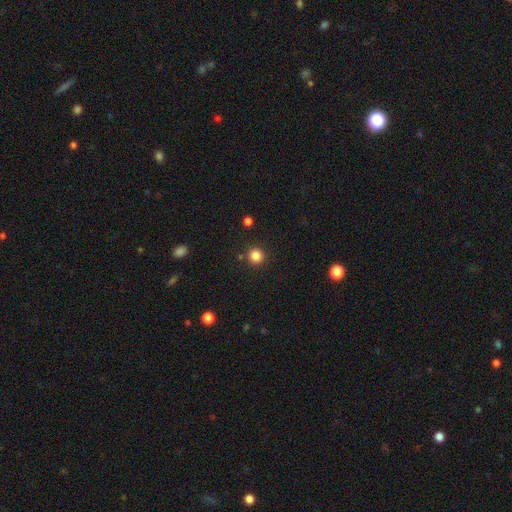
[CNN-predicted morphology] This is clearly a smooth galaxy (84%). How rounded: clearly round (94%). Merging: clearly none (88%).